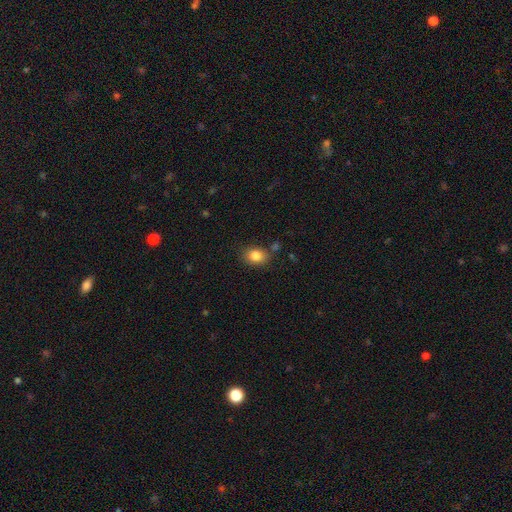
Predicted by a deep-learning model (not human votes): A smooth galaxy with no disk features (84%) that is in between round and cigar-shaped (60%).

Vote fractions:
- Smooth or featured? smooth: 84% / star or artifact: 10% / featured or disk: 7%
- How rounded? in between: 60% / round: 39% / cigar-shaped: 1%
- Merging? none: 76% / minor disturbance: 15% / merger: 6% / major disturbance: 4%